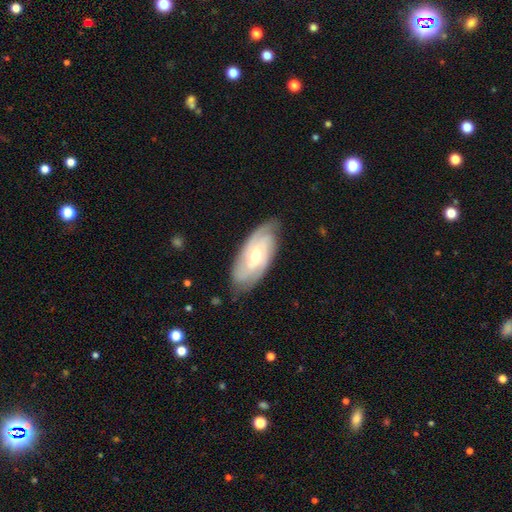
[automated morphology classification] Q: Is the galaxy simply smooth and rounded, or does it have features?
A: featured or disk — 77%.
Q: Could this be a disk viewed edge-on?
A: no — 90%.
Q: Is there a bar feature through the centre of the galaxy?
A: no — 60%.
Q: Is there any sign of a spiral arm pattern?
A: yes — 93%.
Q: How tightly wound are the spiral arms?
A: tight — 61%.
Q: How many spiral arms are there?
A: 2 — 32%.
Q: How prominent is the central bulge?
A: moderate — 70%.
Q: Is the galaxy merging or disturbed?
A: none — 79%.